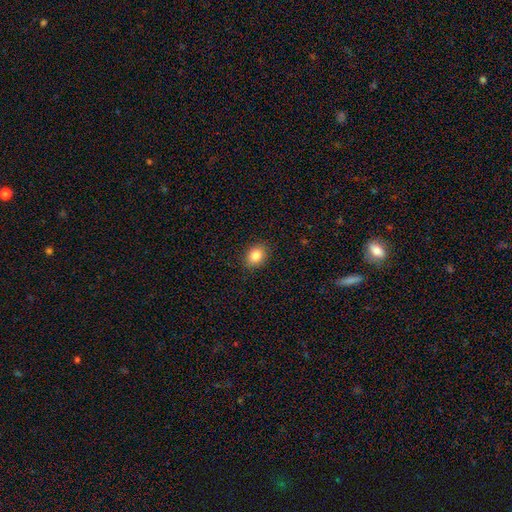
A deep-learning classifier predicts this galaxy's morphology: This appears to be a smooth galaxy with no disk features (84%) that is in between round and cigar-shaped (59%). Merging: none (88%).